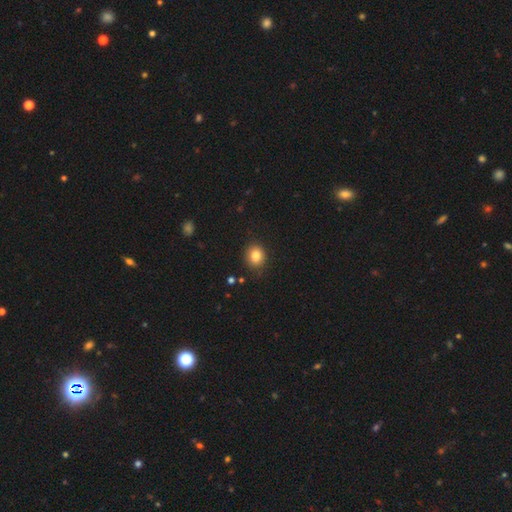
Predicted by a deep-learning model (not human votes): smooth_or_featured: smooth (p=0.84) [alt: star or artifact p=0.10]
how_rounded: round (p=0.72) [alt: in between p=0.27]
merging: none (p=0.85) [alt: minor disturbance p=0.11]